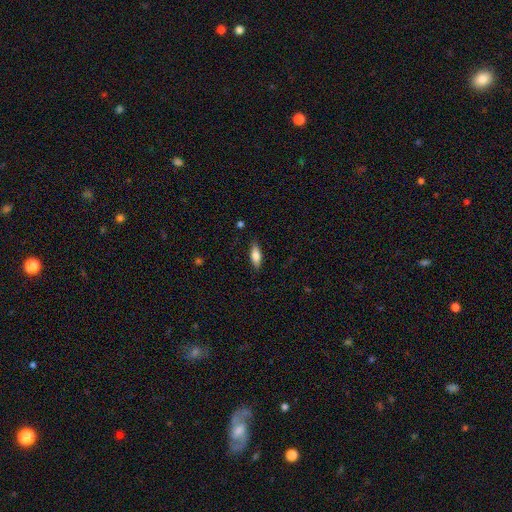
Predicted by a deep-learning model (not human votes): Q: Smooth or featured?
A: smooth (76%); runner-up: featured or disk (18%)
Q: How rounded?
A: in between (70%); runner-up: cigar-shaped (28%)
Q: Merging?
A: none (85%); runner-up: minor disturbance (11%)